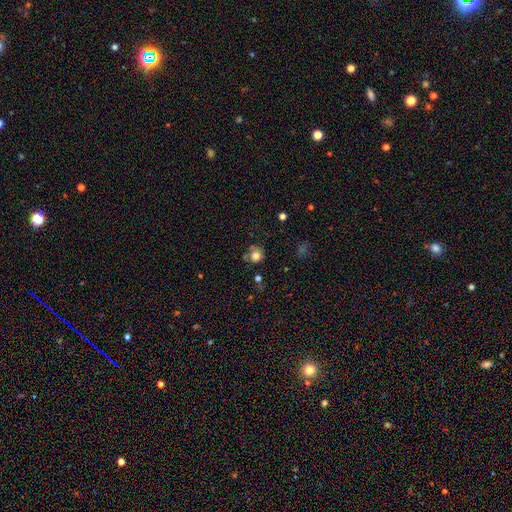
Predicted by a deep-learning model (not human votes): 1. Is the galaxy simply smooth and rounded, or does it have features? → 79% smooth, 12% star or artifact, 9% featured or disk.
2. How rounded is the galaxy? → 87% round, 12% in between, 1% cigar-shaped.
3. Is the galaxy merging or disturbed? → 62% none, 20% minor disturbance, 11% merger, 8% major disturbance.